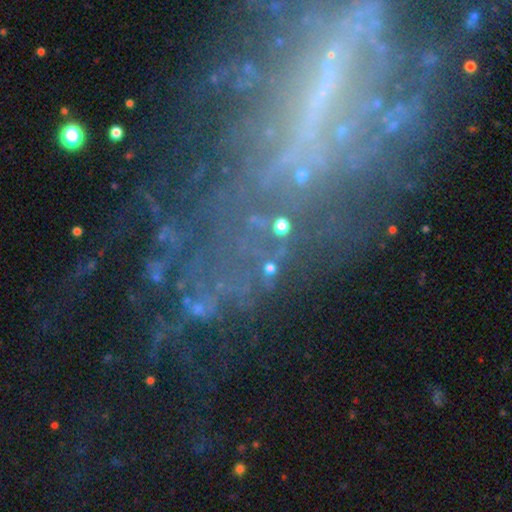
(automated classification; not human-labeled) Overall: featured or disk (50%; star or artifact 36%). Edge-on disk: no (92%). Merging: none (53%; major disturbance 24%).